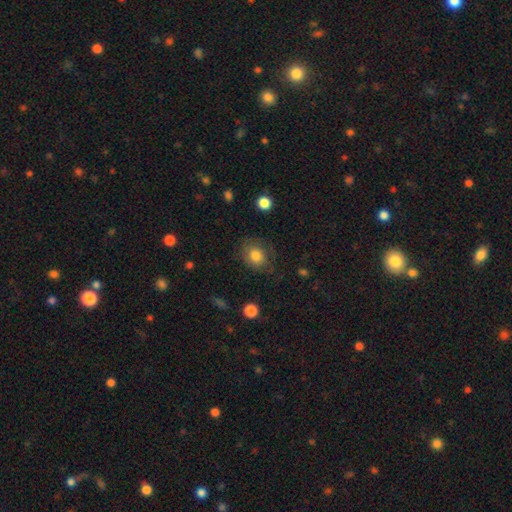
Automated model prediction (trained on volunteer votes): smooth-or-featured: smooth: 78% | featured or disk: 13% | star or artifact: 9%
  how-rounded: round: 66% | in between: 33% | cigar-shaped: 1%
  merging: none: 71% | minor disturbance: 19% | major disturbance: 9% | merger: 1%